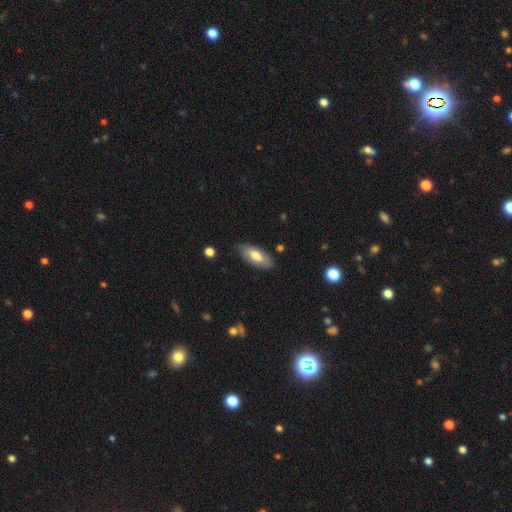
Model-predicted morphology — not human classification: Q: Smooth or featured?
A: smooth (66%); runner-up: featured or disk (28%)
Q: How rounded?
A: in between (87%); runner-up: cigar-shaped (11%)
Q: Merging?
A: none (79%); runner-up: minor disturbance (17%)